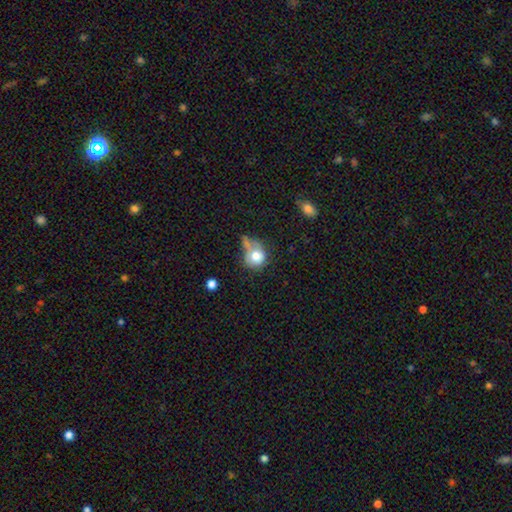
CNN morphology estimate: smooth 74%, featured or disk 17%, star or artifact 9%. Down the decision tree: how rounded — round (73%); merging — none (30%).